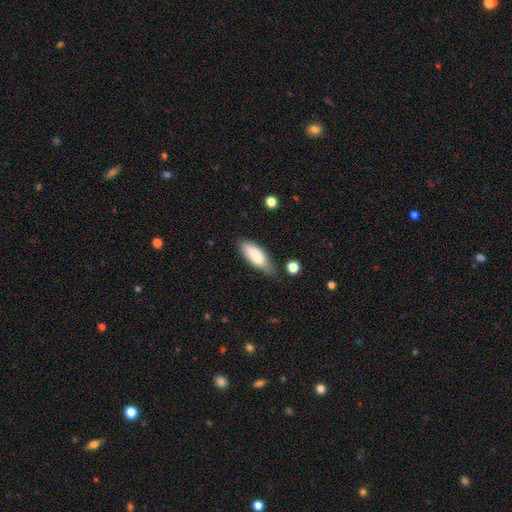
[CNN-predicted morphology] A smooth galaxy with no disk features (83%) that is in between round and cigar-shaped (71%). Merging: none (67%).